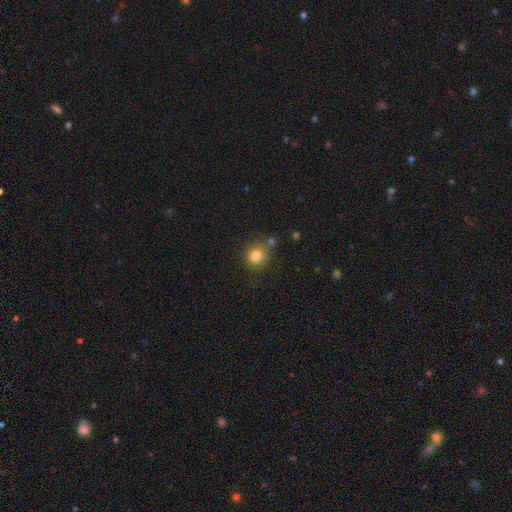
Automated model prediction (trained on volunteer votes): smooth 81%, star or artifact 11%, featured or disk 8%. Down the decision tree: how rounded — round (73%); merging — none (68%).